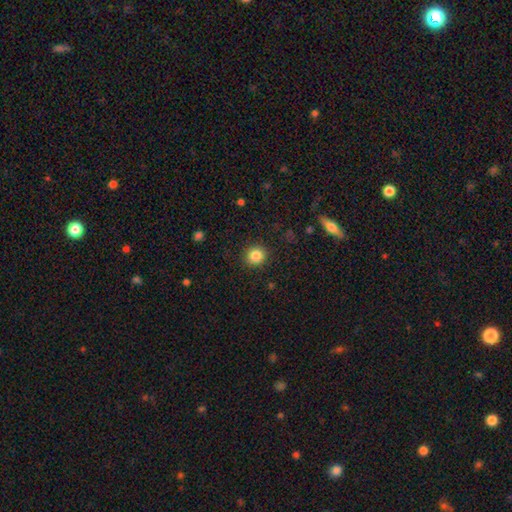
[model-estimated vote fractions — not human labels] Smooth or featured? Predicted: smooth (p=0.84). How rounded? Predicted: round (p=0.90). Merging? Predicted: none (p=0.90).